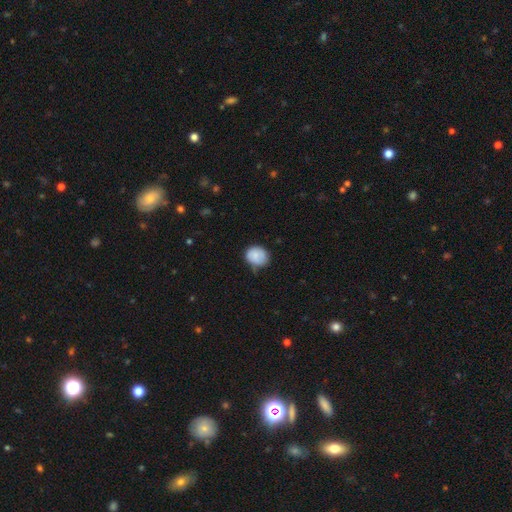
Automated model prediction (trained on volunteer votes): Smooth or featured?
  - smooth: 81% *
  - featured or disk: 11%
  - star or artifact: 7%
How rounded?
  - round: 61% *
  - in between: 38%
  - cigar-shaped: 1%
Merging?
  - none: 55% *
  - minor disturbance: 36%
  - major disturbance: 7%
  - merger: 2%